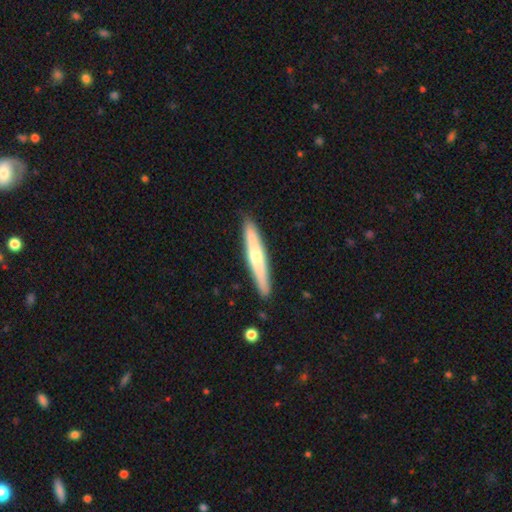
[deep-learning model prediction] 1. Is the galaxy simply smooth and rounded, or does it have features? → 53% featured or disk, 41% smooth, 6% star or artifact.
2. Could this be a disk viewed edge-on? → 93% yes, 7% no.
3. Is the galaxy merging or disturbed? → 90% none, 7% minor disturbance, 1% major disturbance, 1% merger.